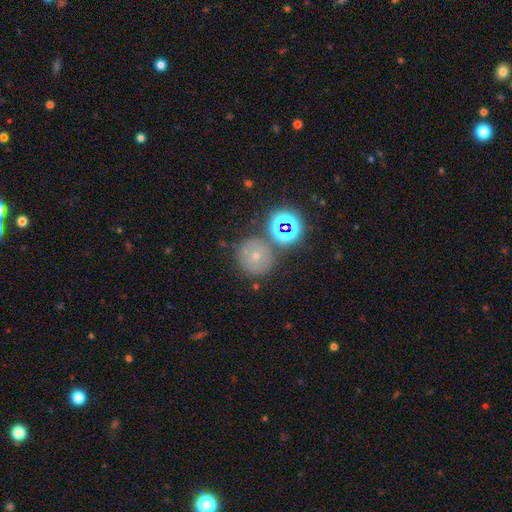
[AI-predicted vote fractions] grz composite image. It shows a smooth galaxy with no disk features (56%) that is round (92%). Merging: none (73%).